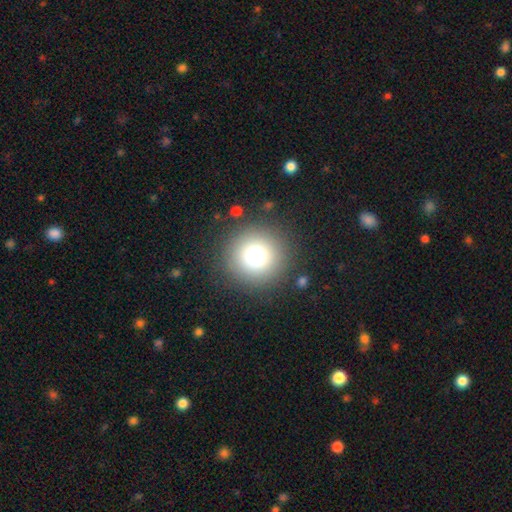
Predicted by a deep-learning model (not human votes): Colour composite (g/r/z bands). It shows a smooth galaxy with no disk features (73%) that is round (96%). Merging: none (88%).